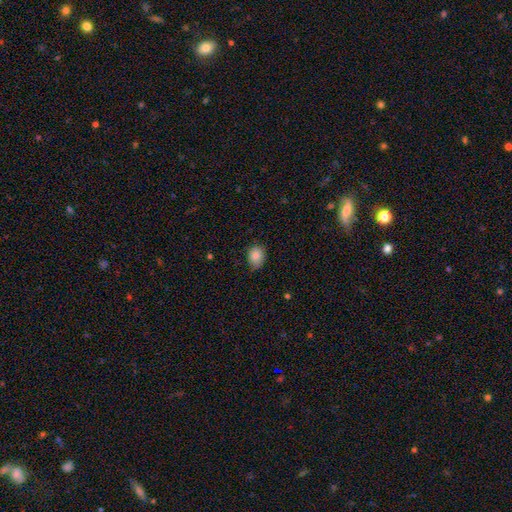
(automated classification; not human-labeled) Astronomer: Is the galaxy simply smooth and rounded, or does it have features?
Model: smooth — 86%.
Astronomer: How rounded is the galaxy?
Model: in between — 54% (runner-up: round, 45%).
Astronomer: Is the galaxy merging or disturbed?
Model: none — 70%.